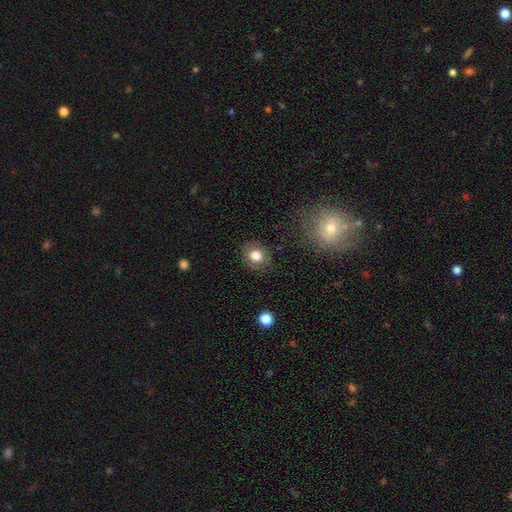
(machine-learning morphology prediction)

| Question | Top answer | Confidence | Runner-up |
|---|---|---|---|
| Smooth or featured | smooth | 75% | featured or disk (15%) |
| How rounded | round | 62% | in between (37%) |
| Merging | none | 85% | minor disturbance (10%) |